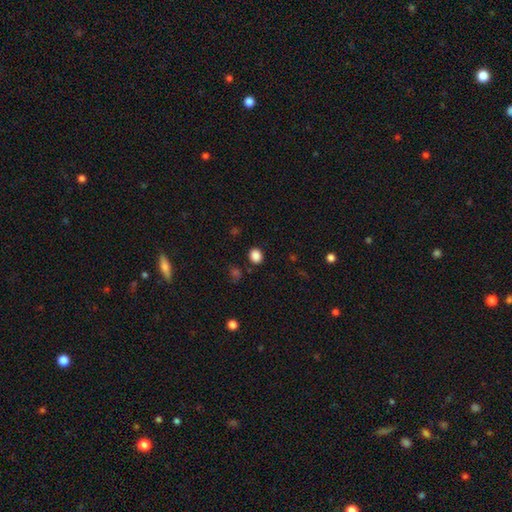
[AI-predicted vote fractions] A smooth galaxy with no disk features (86%) that is round (62%). Merging: none (87%).